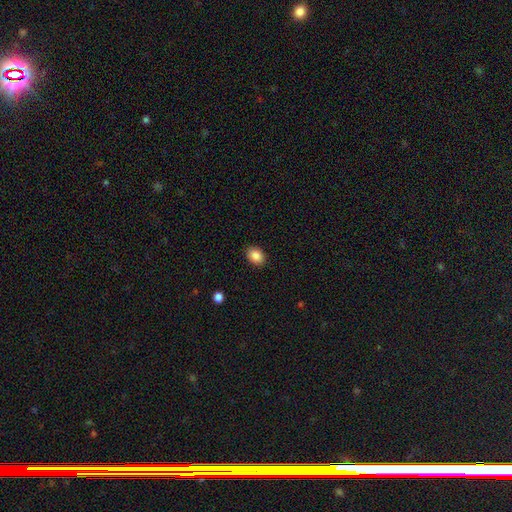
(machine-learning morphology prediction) type=smooth (87%); roundness=in between (74%); merging=none (89%).